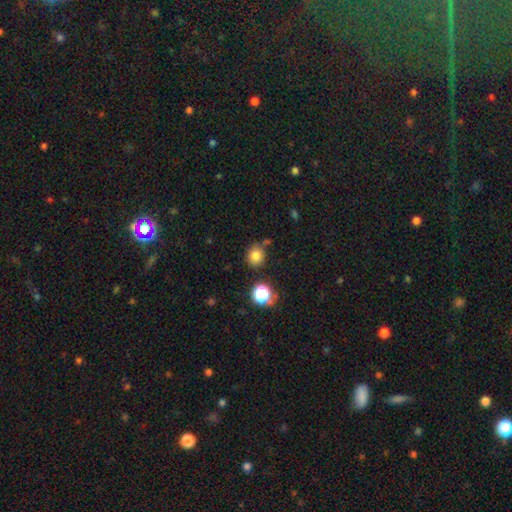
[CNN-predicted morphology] smooth-or-featured: smooth: 79% | star or artifact: 15% | featured or disk: 6%
  how-rounded: round: 80% | in between: 19% | cigar-shaped: 1%
  merging: none: 74% | minor disturbance: 14% | merger: 8% | major disturbance: 4%